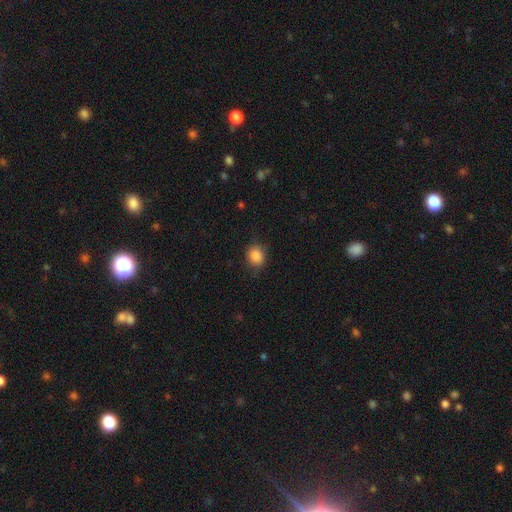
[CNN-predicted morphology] This appears to be a smooth galaxy with no disk features (87%) that is round (67%). Merging: none (79%).